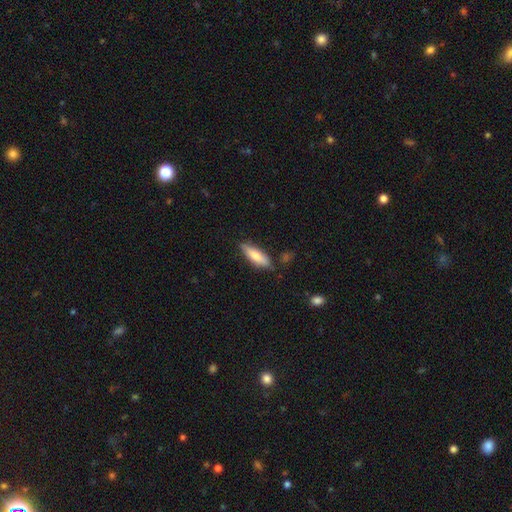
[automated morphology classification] smooth 72%, featured or disk 22%, star or artifact 6%. Down the decision tree: how rounded — in between (50%); merging — none (75%).